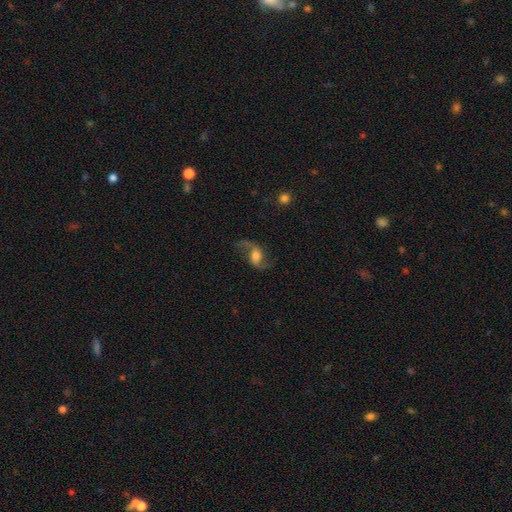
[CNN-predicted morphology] Overall: featured or disk (81%). Edge-on disk: no (96%). Bar: no (44%; weak 41%). Spiral arms: yes (95%). Spiral arm count: 2 (90%). Spiral winding: loose (83%). Bulge size: moderate (52%; large 21%). Merging: none (68%).